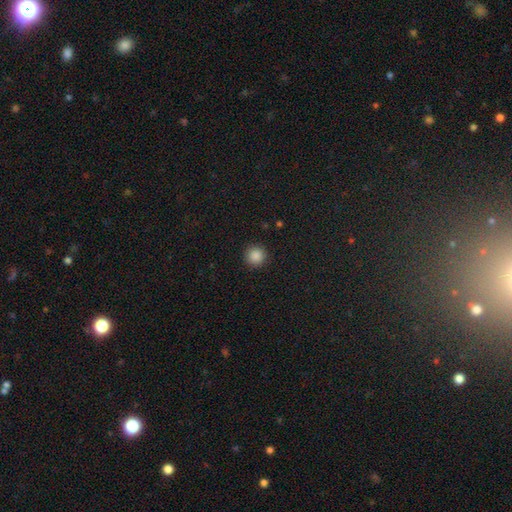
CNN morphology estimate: Overall: smooth (87%). How rounded: round (95%). Merging: none (92%).